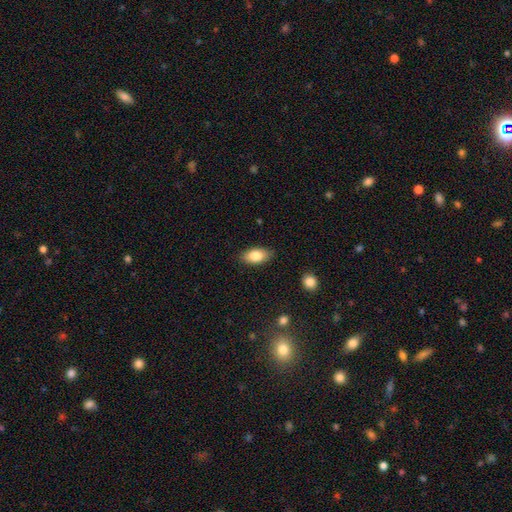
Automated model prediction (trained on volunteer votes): A smooth galaxy with no disk features (83%) that is in between round and cigar-shaped (92%).

Vote fractions:
- Smooth or featured? smooth: 83% / featured or disk: 10% / star or artifact: 7%
- How rounded? in between: 92% / round: 4% / cigar-shaped: 4%
- Merging? none: 86% / minor disturbance: 10% / major disturbance: 2% / merger: 1%